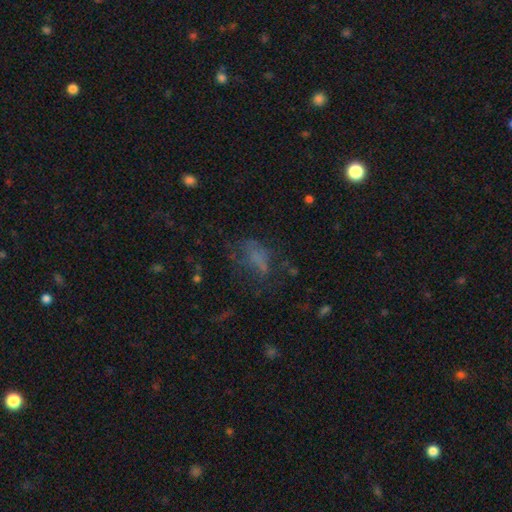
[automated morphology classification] Overall: smooth (46%; featured or disk 29%). Merging: none (39%; major disturbance 37%).